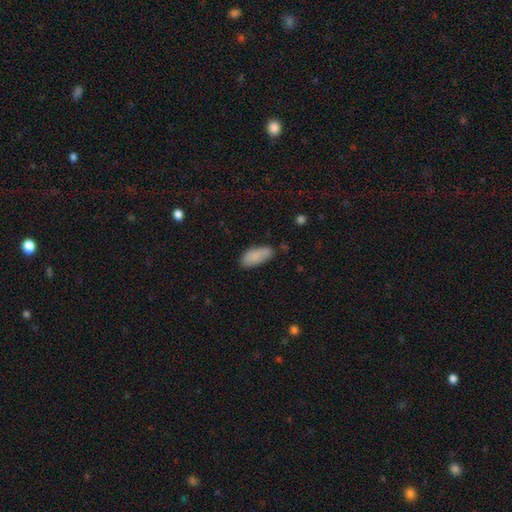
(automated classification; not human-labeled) Smooth or featured?
  - smooth: 84% *
  - featured or disk: 9%
  - star or artifact: 7%
How rounded?
  - in between: 86% *
  - cigar-shaped: 12%
  - round: 2%
Merging?
  - none: 71% *
  - minor disturbance: 21%
  - major disturbance: 4%
  - merger: 3%